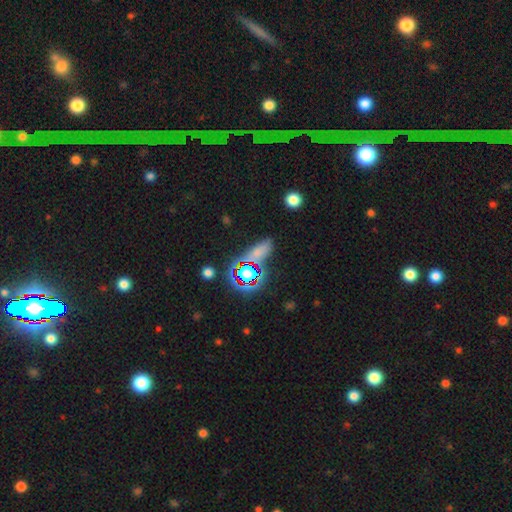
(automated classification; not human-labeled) Morphology: type=star or artifact (49%).